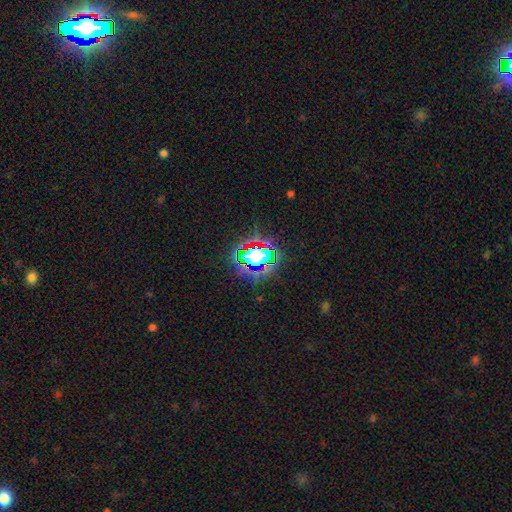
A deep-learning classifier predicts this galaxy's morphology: Smooth or featured? star or artifact (63%)